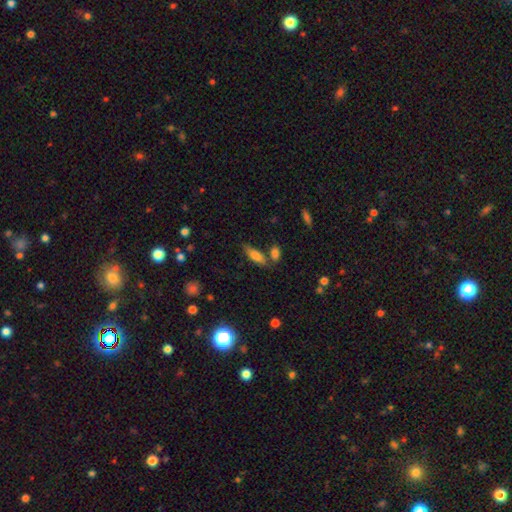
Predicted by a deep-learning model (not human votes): Morphology: type=smooth (74%); roundness=in between (64%); merging=none (63%).